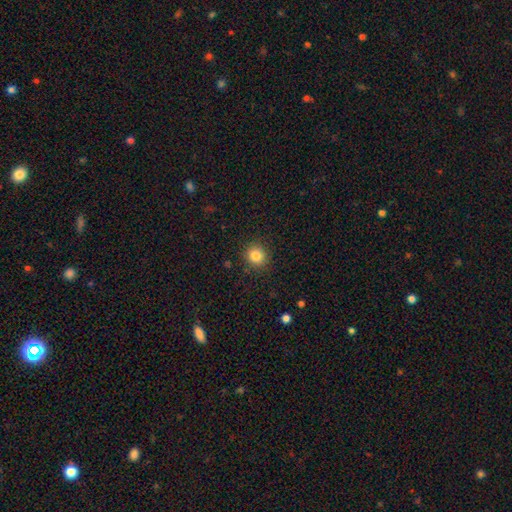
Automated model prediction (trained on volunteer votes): A smooth galaxy with no disk features (84%) that is round (90%).

Vote fractions:
- Smooth or featured? smooth: 84% / star or artifact: 11% / featured or disk: 5%
- How rounded? round: 90% / in between: 9% / cigar-shaped: 1%
- Merging? none: 90% / minor disturbance: 7% / major disturbance: 2% / merger: 1%